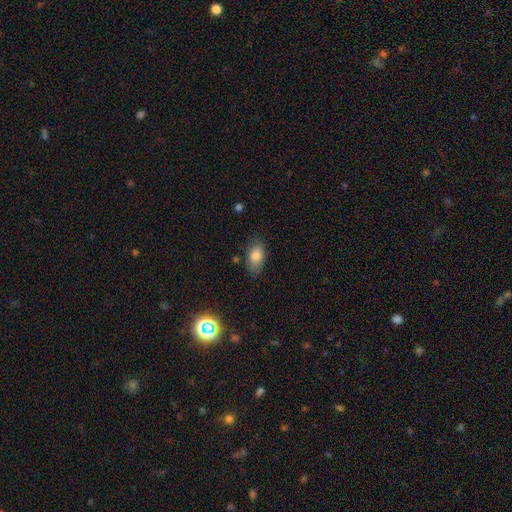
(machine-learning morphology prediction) The model was most divided on "merging": none: 74%, minor disturbance: 19%, major disturbance: 5%, merger: 2%. More confident: how rounded — in between (90%); smooth or featured — smooth (82%).